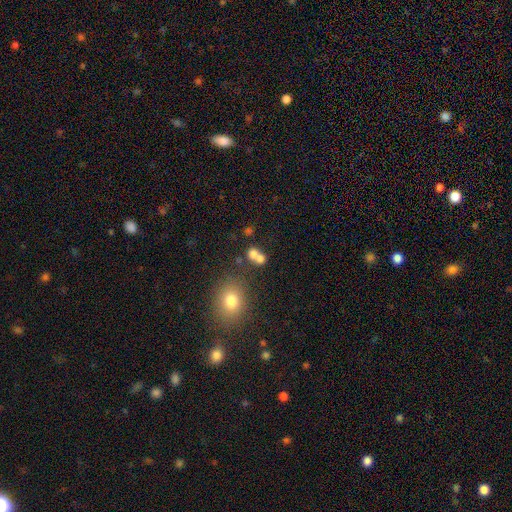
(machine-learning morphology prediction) Smooth or featured: smooth — 71% (featured or disk — 15%)
How rounded: round — 65% (in between — 34%)
Merging: merger — 57% (none — 31%)